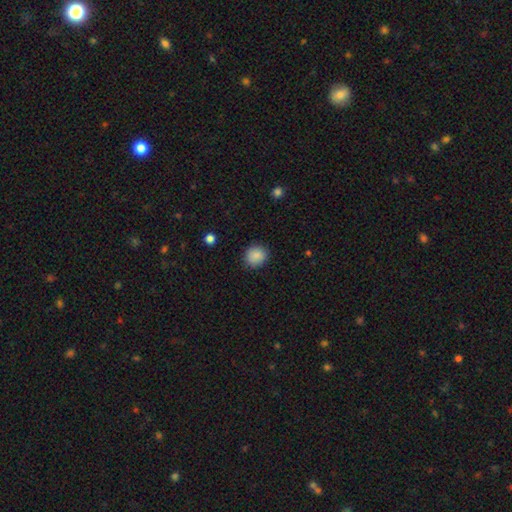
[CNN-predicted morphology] Smooth or featured: smooth — 88% (star or artifact — 9%)
How rounded: round — 82% (in between — 17%)
Merging: none — 88% (minor disturbance — 9%)